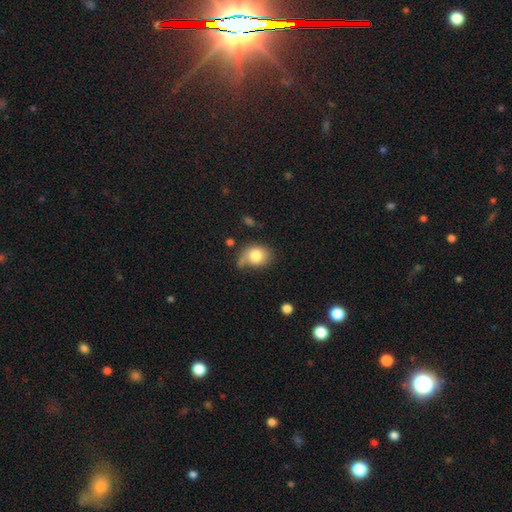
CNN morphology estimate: Q: Smooth or featured?
A: smooth (79%); runner-up: featured or disk (12%)
Q: How rounded?
A: in between (50%); runner-up: round (49%)
Q: Merging?
A: none (47%); runner-up: minor disturbance (30%)